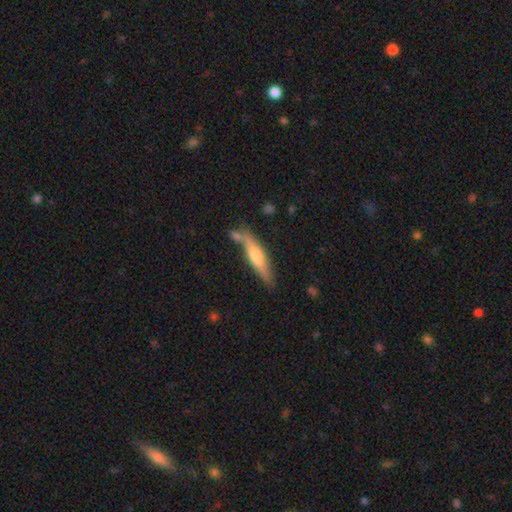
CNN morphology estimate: Smooth or featured?
  - featured or disk: 50% *
  - smooth: 44%
  - star or artifact: 6%
Merging?
  - none: 69% *
  - minor disturbance: 15%
  - merger: 12%
  - major disturbance: 4%